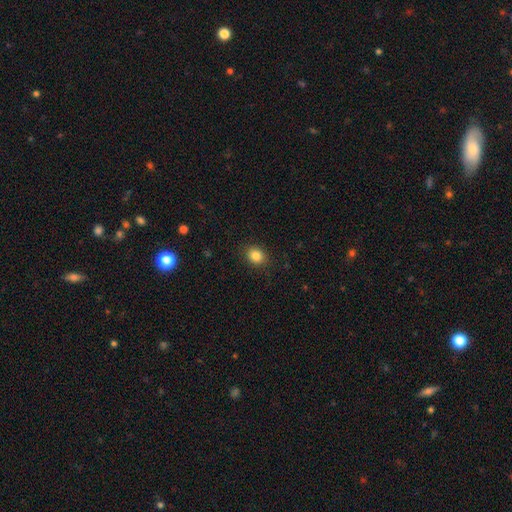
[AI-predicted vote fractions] The model was most divided on "how rounded": round: 64%, in between: 35%, cigar-shaped: 1%. More confident: merging — none (88%); smooth or featured — smooth (85%).